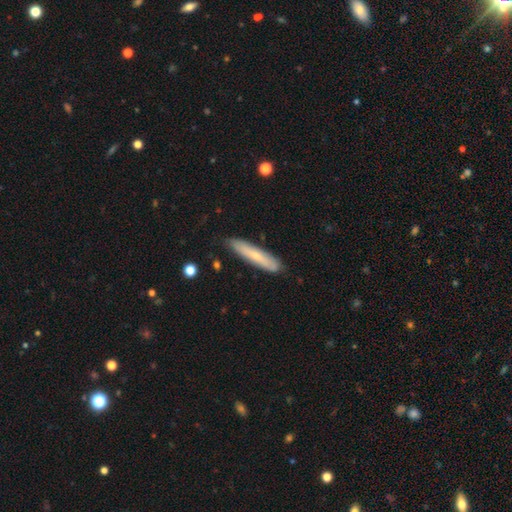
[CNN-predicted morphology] The model was most divided on "smooth or featured": smooth: 57%, featured or disk: 37%, star or artifact: 6%. More confident: how rounded — cigar-shaped (86%); merging — none (85%).